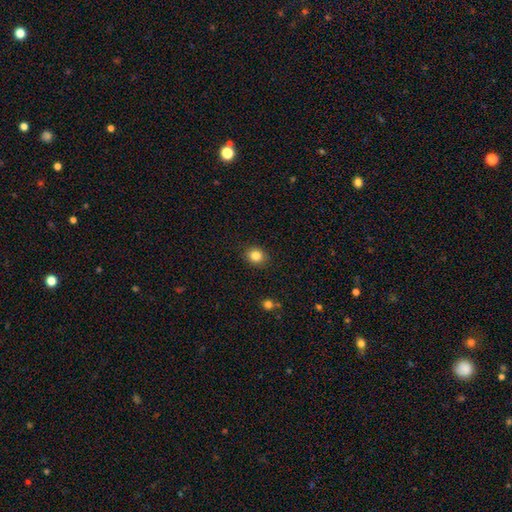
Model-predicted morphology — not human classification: Smooth or featured?
  - smooth: 84% *
  - star or artifact: 10%
  - featured or disk: 6%
How rounded?
  - round: 65% *
  - in between: 34%
  - cigar-shaped: 1%
Merging?
  - none: 89% *
  - minor disturbance: 8%
  - major disturbance: 2%
  - merger: 1%